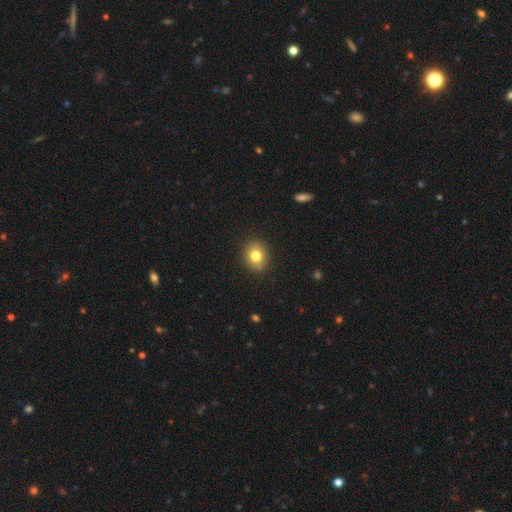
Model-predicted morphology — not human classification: The model was most divided on "how rounded": round: 74%, in between: 25%, cigar-shaped: 1%. More confident: merging — none (85%); smooth or featured — smooth (79%).